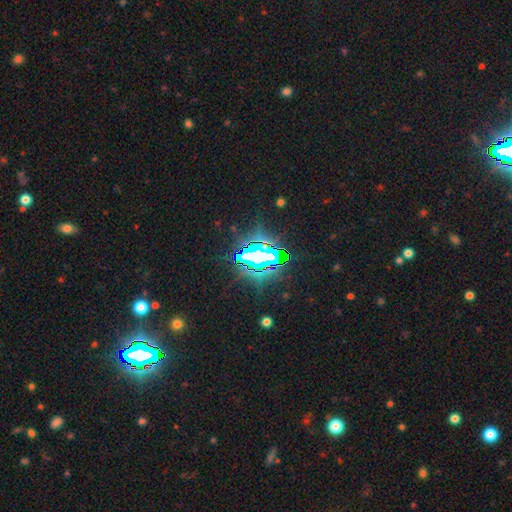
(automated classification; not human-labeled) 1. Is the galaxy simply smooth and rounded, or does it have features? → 78% star or artifact, 12% featured or disk, 10% smooth.